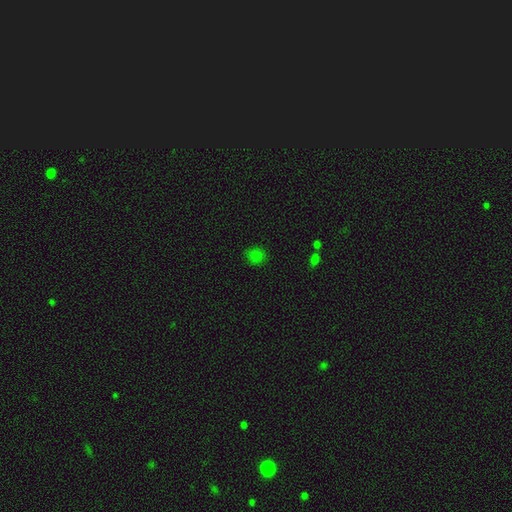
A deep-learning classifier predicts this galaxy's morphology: Smooth or featured?
  - smooth: 77% *
  - star or artifact: 19%
  - featured or disk: 4%
How rounded?
  - round: 79% *
  - in between: 19%
  - cigar-shaped: 1%
Merging?
  - none: 84% *
  - minor disturbance: 11%
  - major disturbance: 3%
  - merger: 2%